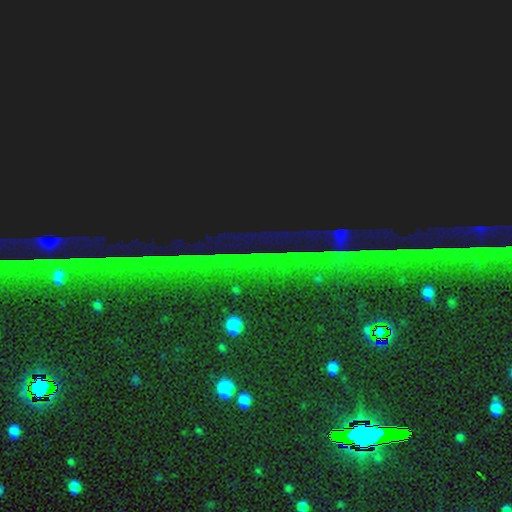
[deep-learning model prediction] Smooth or featured?
  - star or artifact: 83% *
  - smooth: 9%
  - featured or disk: 8%